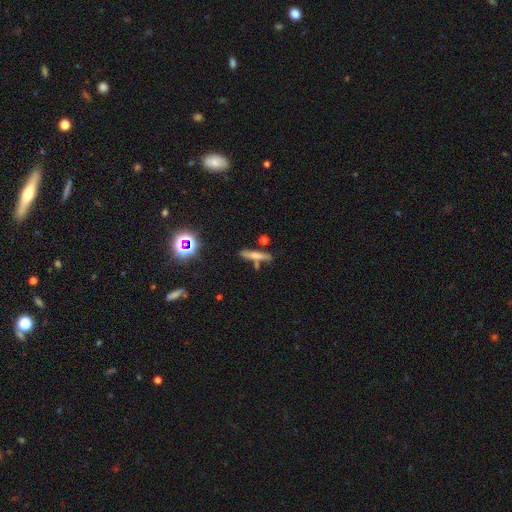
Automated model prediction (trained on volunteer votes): smooth_or_featured: smooth (p=0.59) [alt: featured or disk p=0.28]
how_rounded: cigar-shaped (p=0.86) [alt: in between p=0.10]
merging: none (p=0.70) [alt: minor disturbance p=0.15]